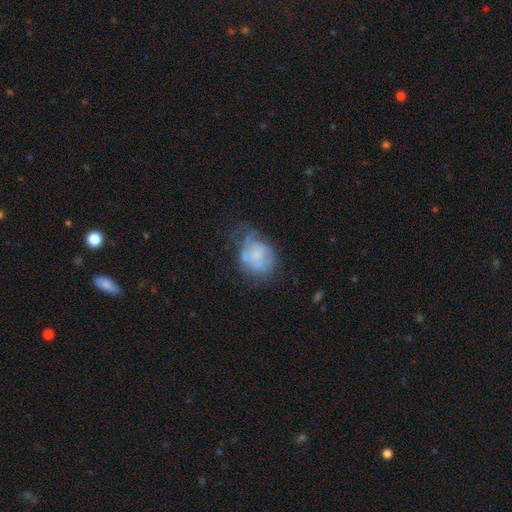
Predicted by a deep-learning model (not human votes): featured or disk 53%, smooth 37%, star or artifact 9%. Down the decision tree: edge-on disk — no (98%); bar — no (81%); spiral arms — no (55%); bulge size — none (42%); merging — none (35%).